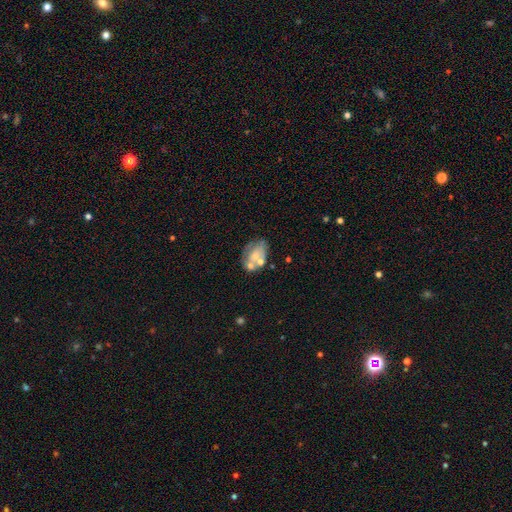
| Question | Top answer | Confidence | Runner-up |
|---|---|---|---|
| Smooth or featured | featured or disk | 57% | smooth (43%) |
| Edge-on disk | no | 100% | — |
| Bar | no | 86% | weak (10%) |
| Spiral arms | no | 76% | yes (24%) |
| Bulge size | small | 52% | moderate (48%) |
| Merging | none | 41% | minor disturbance (35%) |